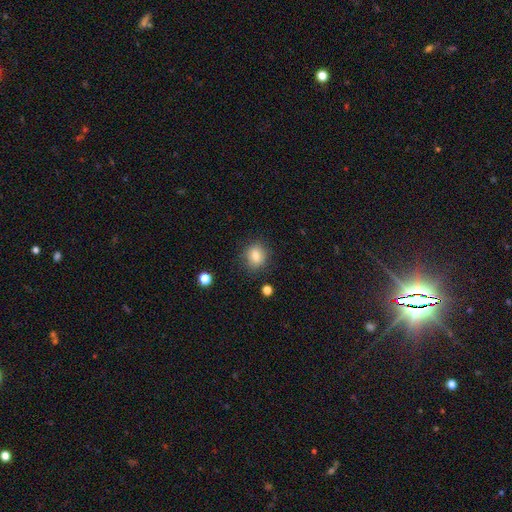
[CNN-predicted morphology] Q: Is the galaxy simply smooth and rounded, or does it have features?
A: smooth — 79%.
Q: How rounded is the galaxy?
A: round — 73%.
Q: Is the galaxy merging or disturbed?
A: none — 84%.